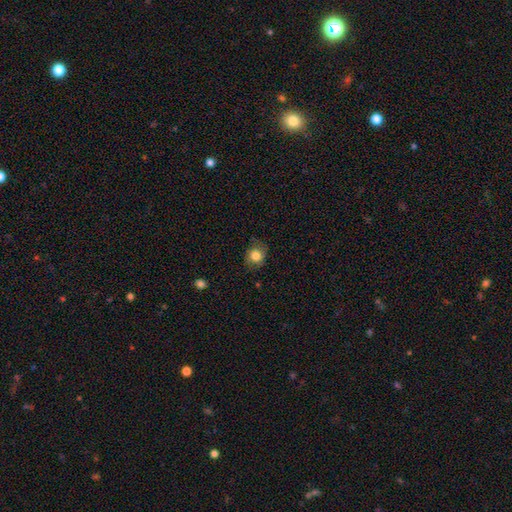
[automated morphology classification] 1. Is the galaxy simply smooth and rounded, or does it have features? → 80% smooth, 11% featured or disk, 9% star or artifact.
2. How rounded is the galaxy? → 72% round, 27% in between, 1% cigar-shaped.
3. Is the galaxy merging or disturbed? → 72% none, 21% minor disturbance, 6% major disturbance, 1% merger.